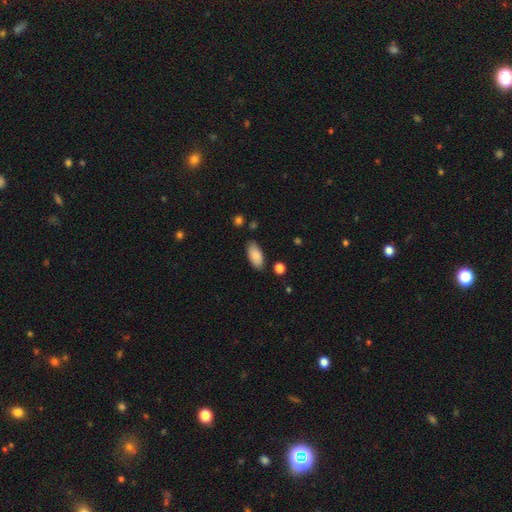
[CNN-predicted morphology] Smooth or featured?
  - smooth: 87% *
  - featured or disk: 7%
  - star or artifact: 6%
How rounded?
  - in between: 90% *
  - cigar-shaped: 8%
  - round: 2%
Merging?
  - none: 82% *
  - minor disturbance: 13%
  - major disturbance: 3%
  - merger: 2%